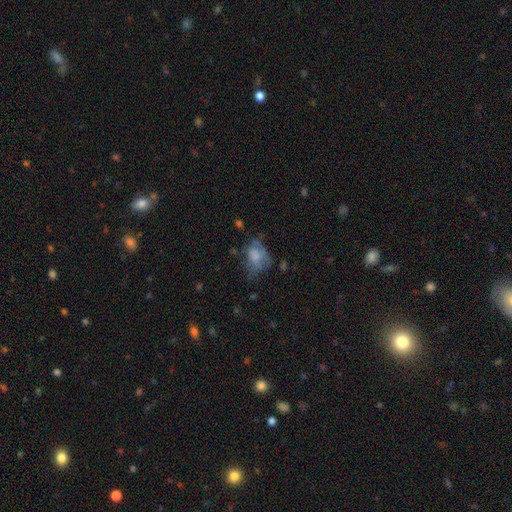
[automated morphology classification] type=smooth (59%); roundness=in between (72%); merging=major disturbance (36%).